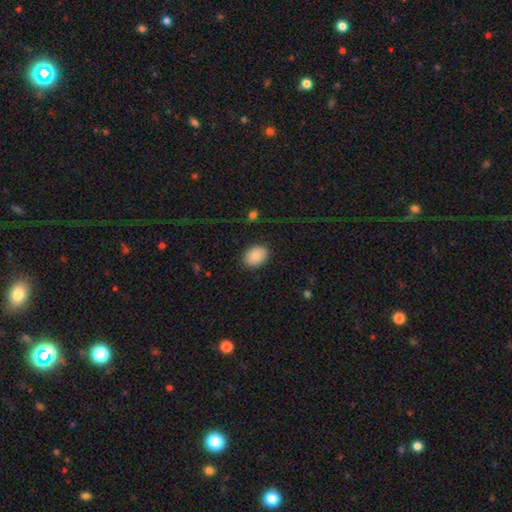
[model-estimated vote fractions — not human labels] The model was most divided on "how rounded": in between: 71%, round: 28%, cigar-shaped: 1%. More confident: merging — none (88%); smooth or featured — smooth (86%).